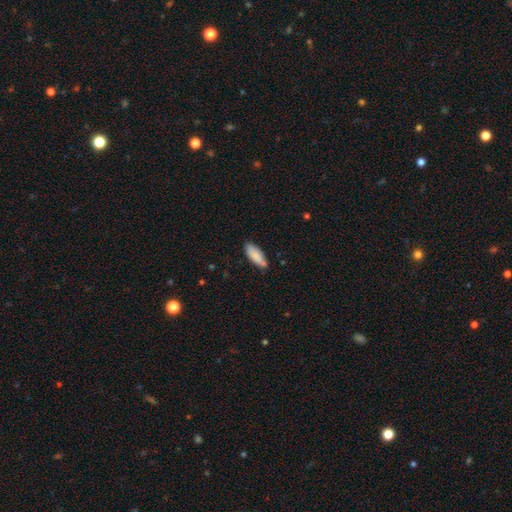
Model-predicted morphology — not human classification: smooth 86%, featured or disk 7%, star or artifact 6%. Down the decision tree: how rounded — in between (73%); merging — none (70%).